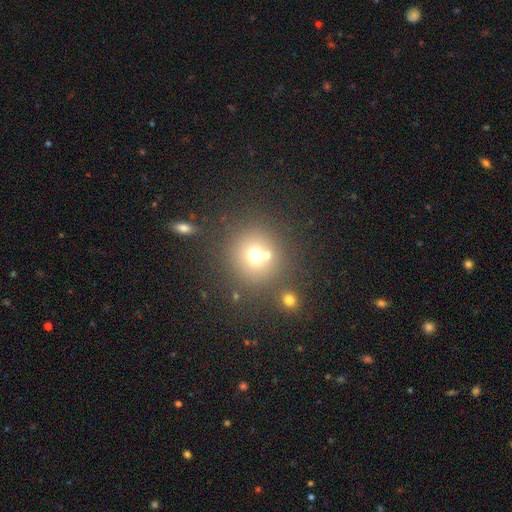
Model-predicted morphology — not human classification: Smooth or featured? smooth (68%)
How rounded? round (90%)
Merging? none (63%)